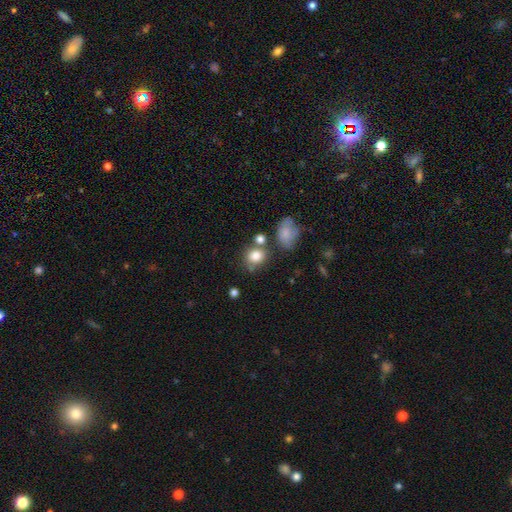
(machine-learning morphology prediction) A smooth galaxy with no disk features (83%) that is round (65%). Merging: none (58%).